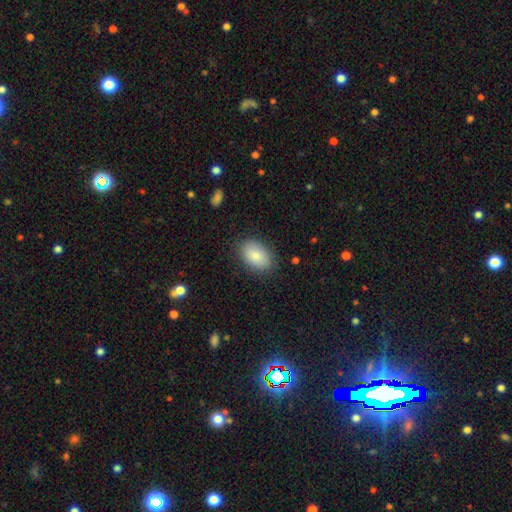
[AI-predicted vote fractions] Overall: smooth (84%). How rounded: in between (89%). Merging: none (84%).